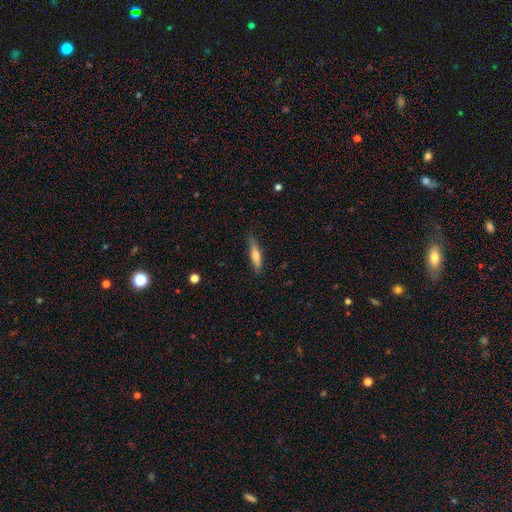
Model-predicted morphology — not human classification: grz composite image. It shows a smooth galaxy with no disk features (61%) that is cigar-shaped (77%). Merging: none (79%).